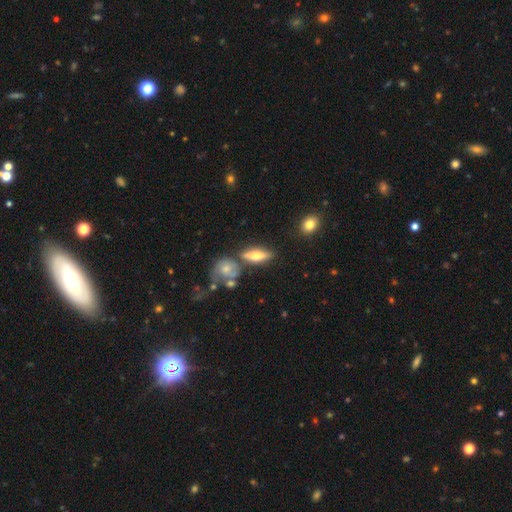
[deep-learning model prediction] Q: Smooth or featured?
A: smooth (49%); runner-up: featured or disk (43%)
Q: Merging?
A: none (69%); runner-up: minor disturbance (13%)